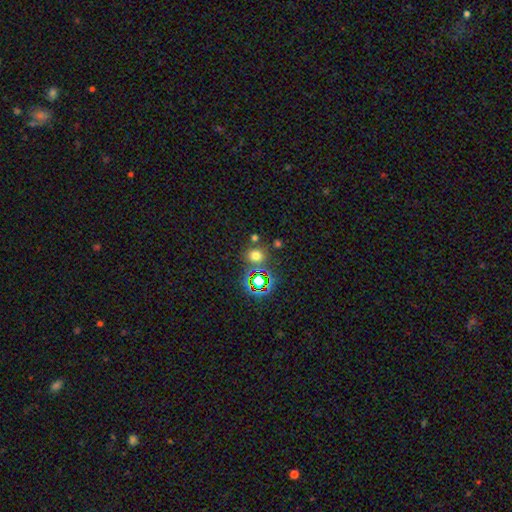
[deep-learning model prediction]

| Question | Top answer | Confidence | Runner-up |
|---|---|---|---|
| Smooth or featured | smooth | 60% | star or artifact (32%) |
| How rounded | round | 82% | in between (17%) |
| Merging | none | 74% | merger (12%) |